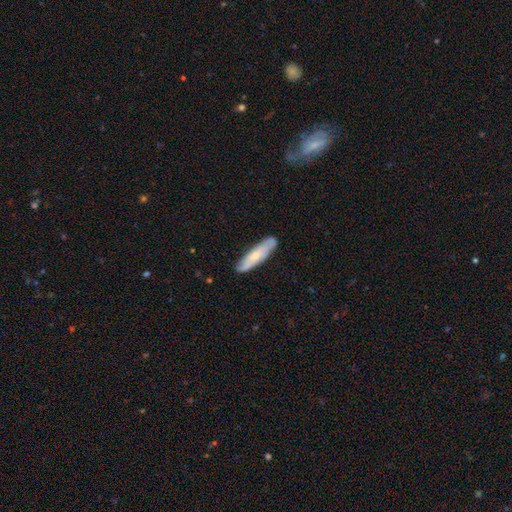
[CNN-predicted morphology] A smooth galaxy with no disk features (55%) that is cigar-shaped (76%).

Vote fractions:
- Smooth or featured? smooth: 55% / featured or disk: 39% / star or artifact: 6%
- How rounded? cigar-shaped: 76% / in between: 23% / round: 2%
- Merging? none: 81% / minor disturbance: 14% / major disturbance: 2% / merger: 2%